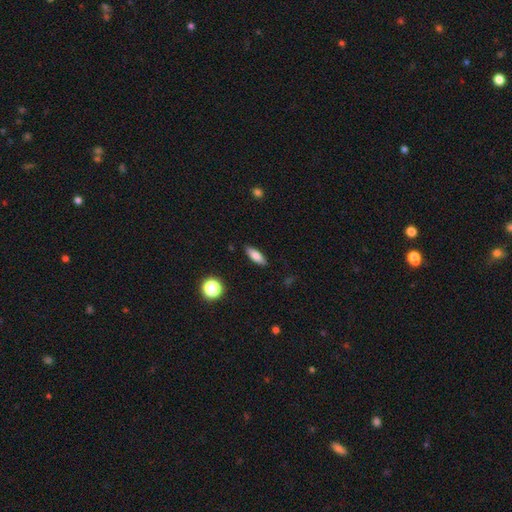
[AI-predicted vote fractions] Smooth or featured?
  - smooth: 75% *
  - featured or disk: 16%
  - star or artifact: 9%
How rounded?
  - in between: 65% *
  - cigar-shaped: 31%
  - round: 4%
Merging?
  - none: 88% *
  - minor disturbance: 8%
  - major disturbance: 2%
  - merger: 1%